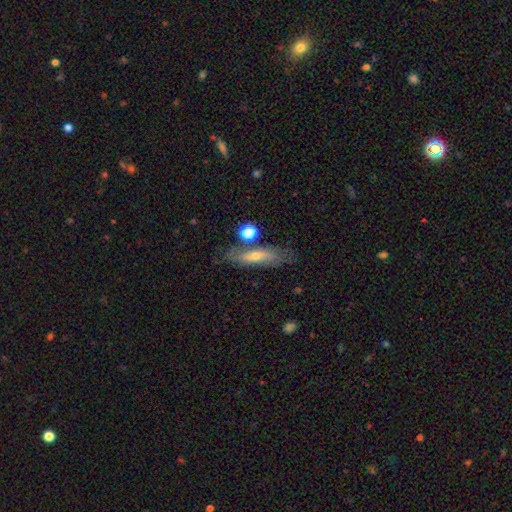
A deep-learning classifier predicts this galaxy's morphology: This appears to be a smooth galaxy with no disk features (49%). Merging: none (70%).